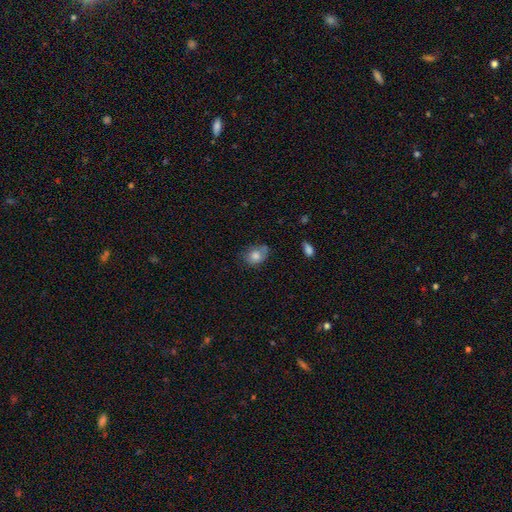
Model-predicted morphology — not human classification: Overall: smooth (78%). How rounded: in between (66%; round 33%). Merging: none (56%; minor disturbance 32%).